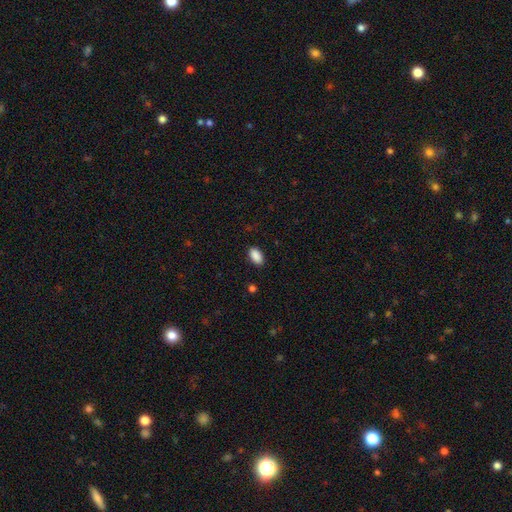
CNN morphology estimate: type=smooth (90%); roundness=in between (93%); merging=none (88%).